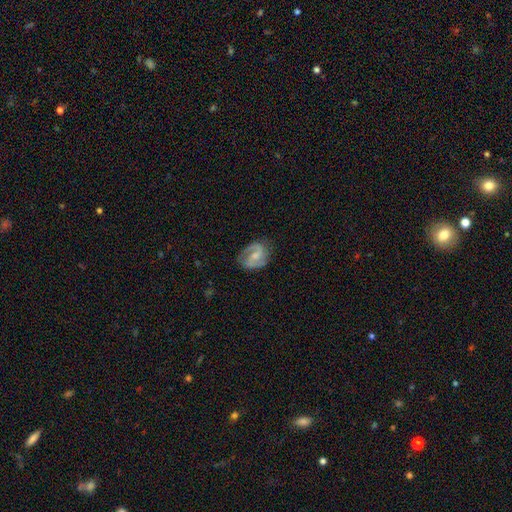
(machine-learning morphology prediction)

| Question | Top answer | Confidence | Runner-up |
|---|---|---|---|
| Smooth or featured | featured or disk | 84% | smooth (11%) |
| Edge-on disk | no | 98% | yes (2%) |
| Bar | weak | 51% | no (29%) |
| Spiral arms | yes | 96% | no (4%) |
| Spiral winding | medium | 56% | tight (22%) |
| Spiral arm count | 2 | 91% | can't tell (3%) |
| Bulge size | small | 45% | moderate (40%) |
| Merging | none | 77% | minor disturbance (16%) |